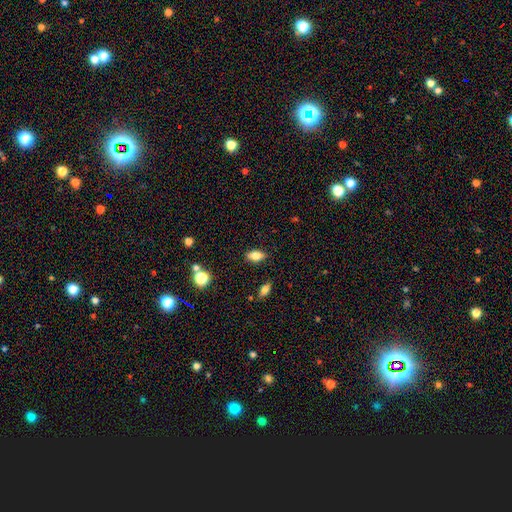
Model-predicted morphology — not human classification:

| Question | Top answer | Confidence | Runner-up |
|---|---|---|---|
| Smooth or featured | smooth | 78% | featured or disk (12%) |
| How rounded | in between | 86% | round (7%) |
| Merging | none | 85% | minor disturbance (10%) |